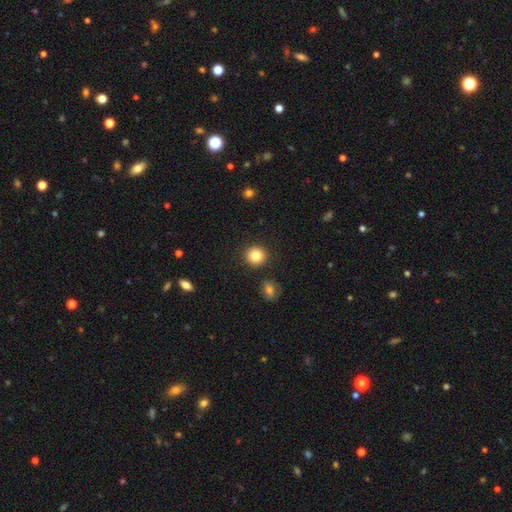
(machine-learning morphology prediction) Smooth or featured? smooth (84%)
How rounded? round (93%)
Merging? none (90%)